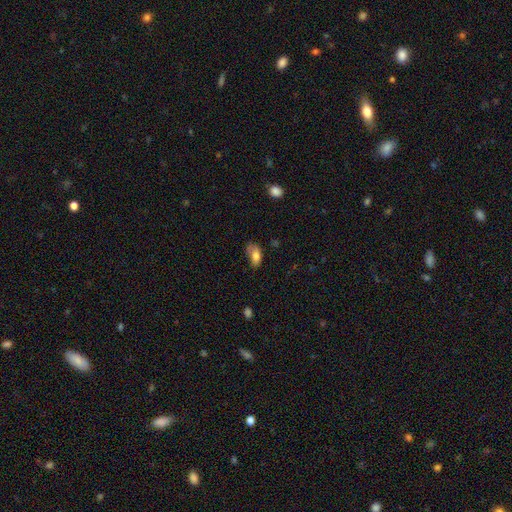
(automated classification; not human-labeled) Smooth or featured? smooth (77%)
How rounded? in between (89%)
Merging? minor disturbance (38%)